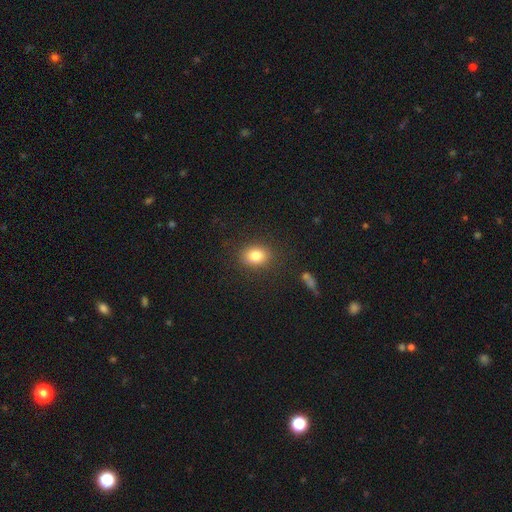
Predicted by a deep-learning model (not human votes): This appears to be a smooth galaxy with no disk features (82%) that is in between round and cigar-shaped (58%). Merging: none (84%).